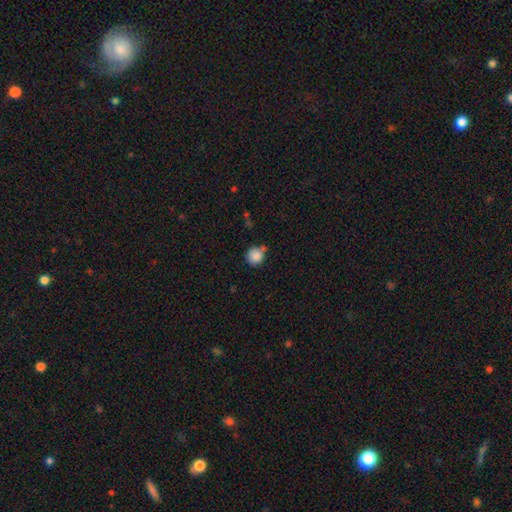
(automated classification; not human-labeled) A smooth galaxy with no disk features (86%) that is round (90%).

Vote fractions:
- Smooth or featured? smooth: 86% / star or artifact: 9% / featured or disk: 5%
- How rounded? round: 90% / in between: 9% / cigar-shaped: 1%
- Merging? none: 60% / minor disturbance: 21% / merger: 14% / major disturbance: 5%